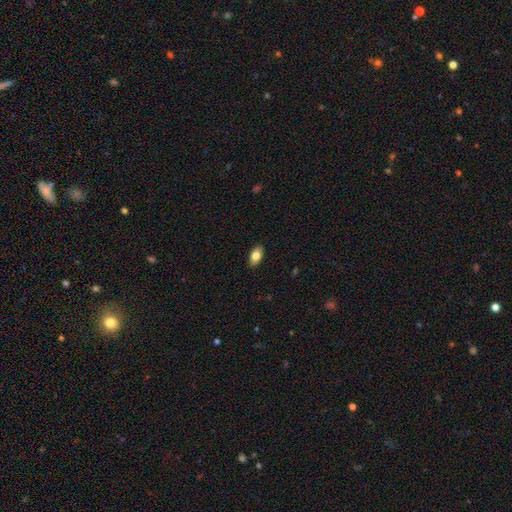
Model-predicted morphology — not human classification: smooth 80%, featured or disk 13%, star or artifact 7%. Down the decision tree: how rounded — in between (91%); merging — none (89%).